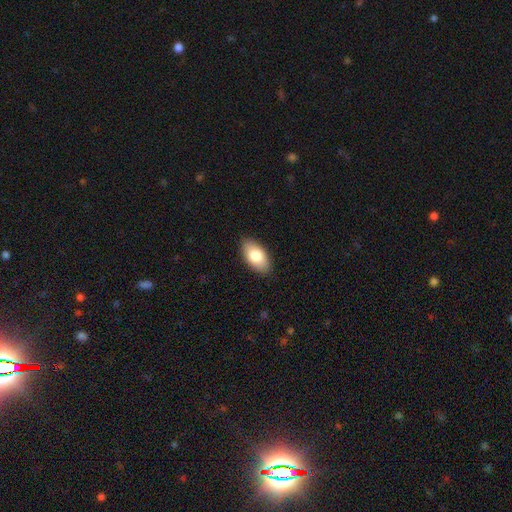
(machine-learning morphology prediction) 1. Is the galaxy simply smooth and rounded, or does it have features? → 80% smooth, 14% featured or disk, 6% star or artifact.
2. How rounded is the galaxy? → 94% in between, 3% round, 3% cigar-shaped.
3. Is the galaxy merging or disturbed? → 87% none, 10% minor disturbance, 2% major disturbance, 1% merger.